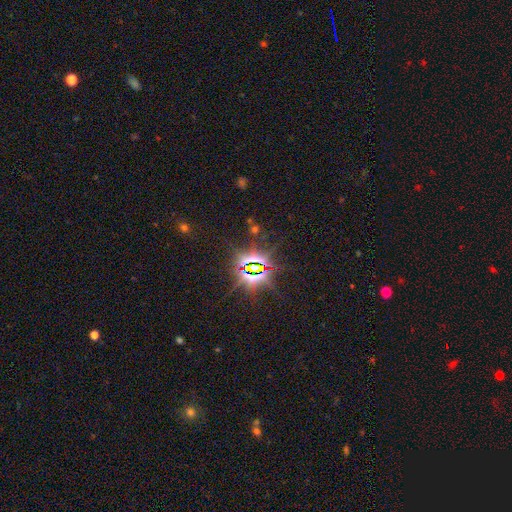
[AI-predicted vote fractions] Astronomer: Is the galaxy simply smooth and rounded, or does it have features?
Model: star or artifact — 84%.